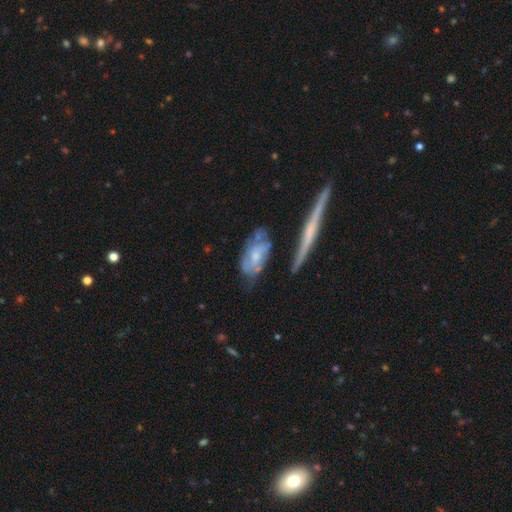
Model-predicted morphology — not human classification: Q: Smooth or featured?
A: featured or disk (60%); runner-up: smooth (34%)
Q: Edge-on disk?
A: no (83%); runner-up: yes (17%)
Q: Merging?
A: none (50%); runner-up: minor disturbance (28%)